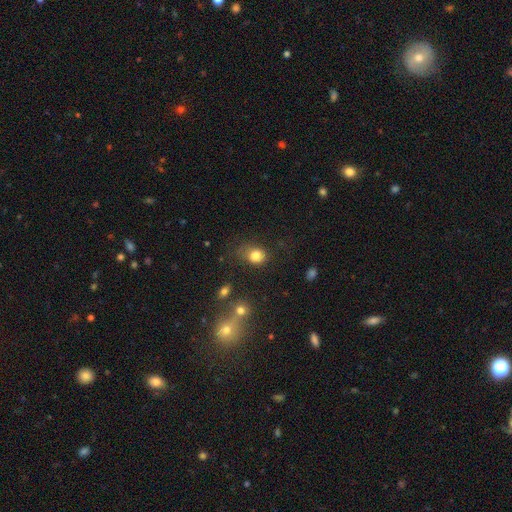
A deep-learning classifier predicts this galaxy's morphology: The model was most divided on "how rounded": round: 56%, in between: 43%, cigar-shaped: 1%. More confident: smooth or featured — smooth (81%); merging — none (62%).